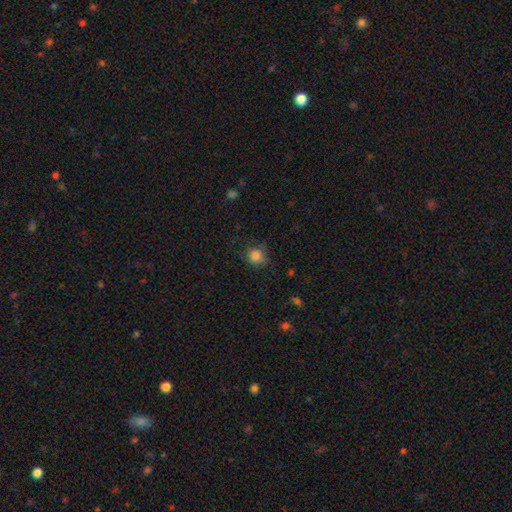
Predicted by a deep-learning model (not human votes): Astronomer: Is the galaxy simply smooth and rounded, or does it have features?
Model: smooth — 84%.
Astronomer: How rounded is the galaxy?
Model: round — 85%.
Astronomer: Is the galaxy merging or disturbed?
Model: none — 75%.